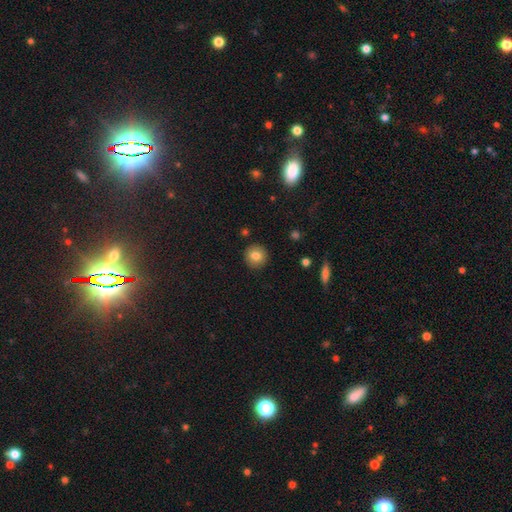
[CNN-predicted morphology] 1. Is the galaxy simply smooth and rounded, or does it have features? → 82% smooth, 9% star or artifact, 9% featured or disk.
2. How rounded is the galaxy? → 93% round, 6% in between, 1% cigar-shaped.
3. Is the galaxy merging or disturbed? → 91% none, 6% minor disturbance, 2% major disturbance, 1% merger.